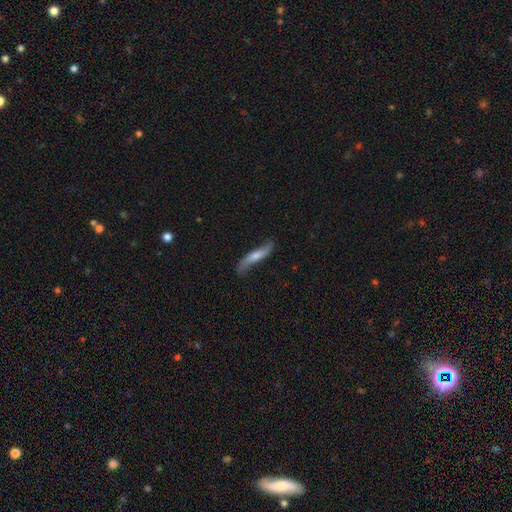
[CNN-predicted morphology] smooth-or-featured: featured or disk: 60% | smooth: 34% | star or artifact: 6%
  disk-edge-on: no: 55% | yes: 45%
  merging: none: 69% | minor disturbance: 22% | major disturbance: 7% | merger: 2%